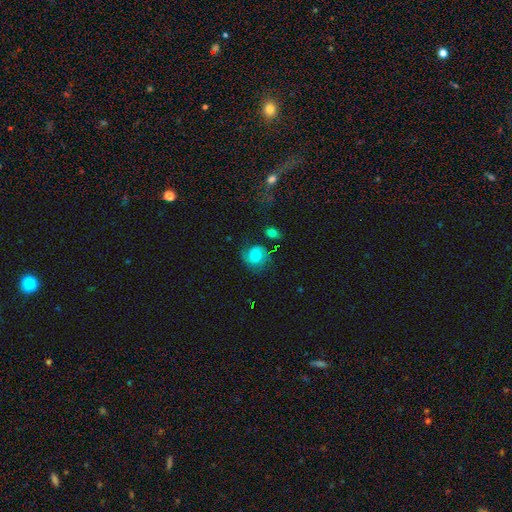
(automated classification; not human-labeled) smooth-or-featured: smooth: 47% | featured or disk: 42% | star or artifact: 10%
  merging: none: 59% | minor disturbance: 23% | major disturbance: 15% | merger: 4%